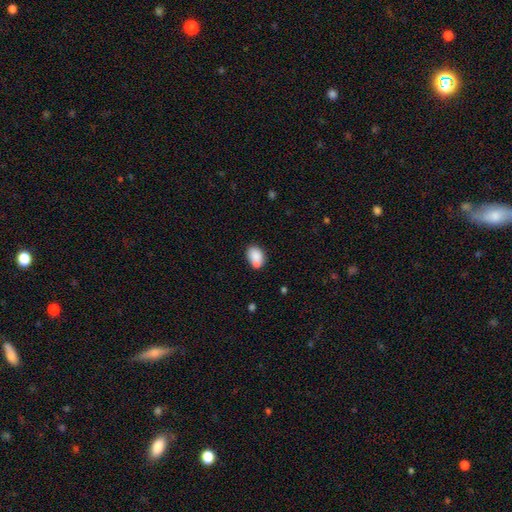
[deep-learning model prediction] This appears to be a smooth galaxy with no disk features (82%) that is in between round and cigar-shaped (82%). Merging: none (48%).